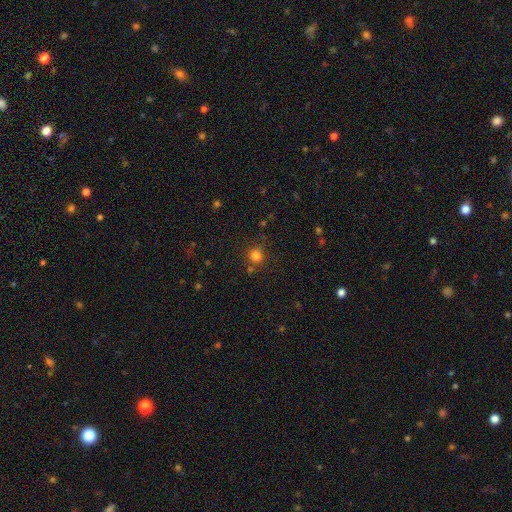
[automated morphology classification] A smooth galaxy with no disk features (79%) that is round (86%).

Vote fractions:
- Smooth or featured? smooth: 79% / star or artifact: 16% / featured or disk: 5%
- How rounded? round: 86% / in between: 13% / cigar-shaped: 1%
- Merging? none: 77% / minor disturbance: 11% / merger: 9% / major disturbance: 4%